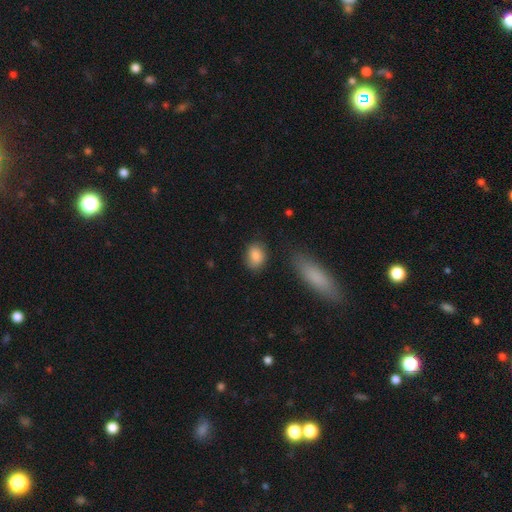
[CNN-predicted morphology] smooth 87%, star or artifact 7%, featured or disk 6%. Down the decision tree: how rounded — in between (65%); merging — none (77%).